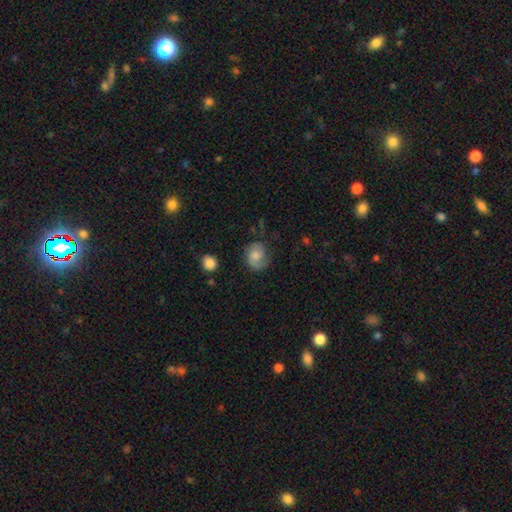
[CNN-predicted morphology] Overall: smooth (47%; featured or disk 44%). Merging: none (63%; minor disturbance 23%).